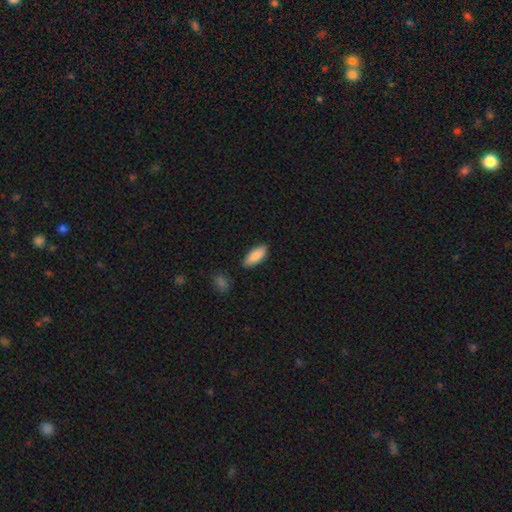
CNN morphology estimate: Smooth or featured? Predicted: smooth (p=0.88). How rounded? Predicted: in between (p=0.85). Merging? Predicted: none (p=0.86).